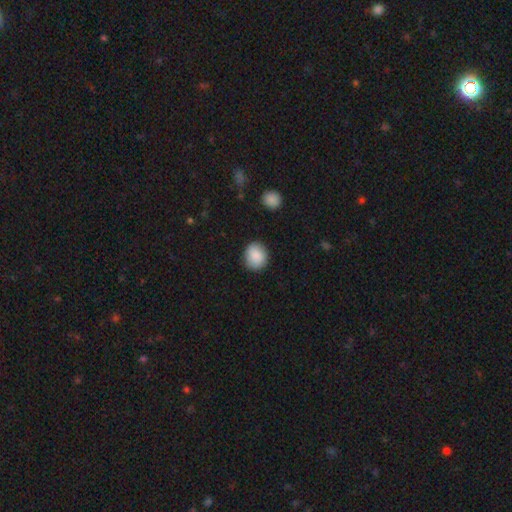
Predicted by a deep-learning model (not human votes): Morphology: type=smooth (88%); roundness=round (75%); merging=none (87%).